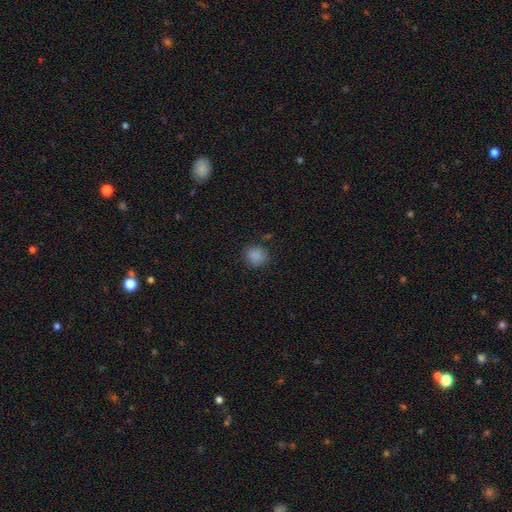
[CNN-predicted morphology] Smooth or featured? Predicted: smooth (p=0.86). How rounded? Predicted: round (p=0.84). Merging? Predicted: none (p=0.83).